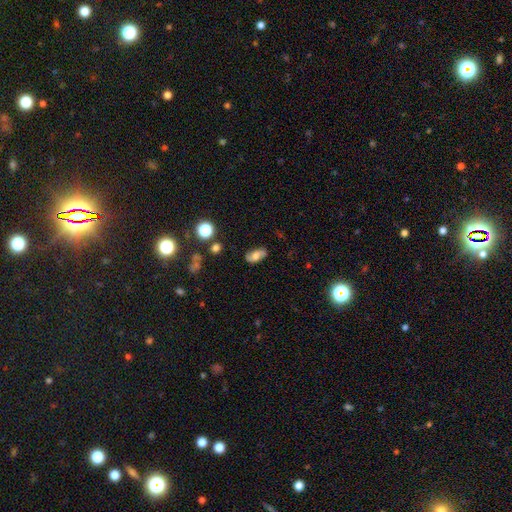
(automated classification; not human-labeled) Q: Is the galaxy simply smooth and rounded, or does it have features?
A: smooth — 52%.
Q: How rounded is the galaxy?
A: in between — 87%.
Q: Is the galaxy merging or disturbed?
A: none — 75%.